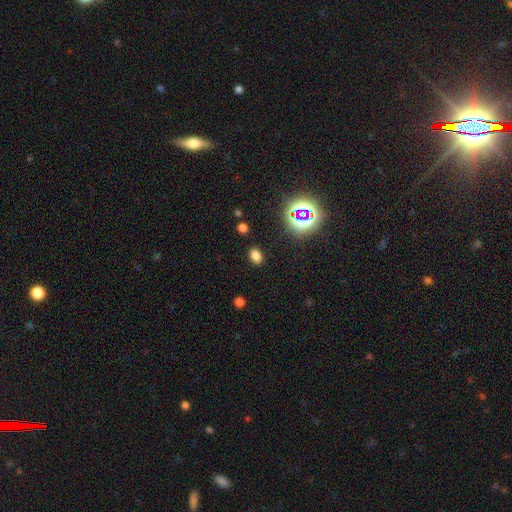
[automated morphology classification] smooth 72%, star or artifact 22%, featured or disk 6%. Down the decision tree: how rounded — in between (82%); merging — none (87%).